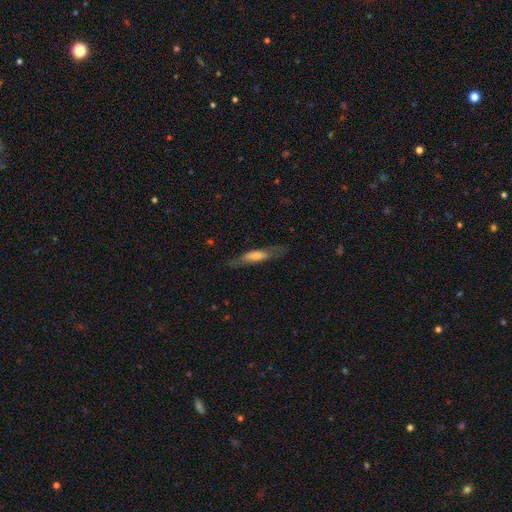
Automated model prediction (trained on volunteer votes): smooth 54%, featured or disk 40%, star or artifact 7%. Down the decision tree: how rounded — cigar-shaped (71%); merging — none (73%).